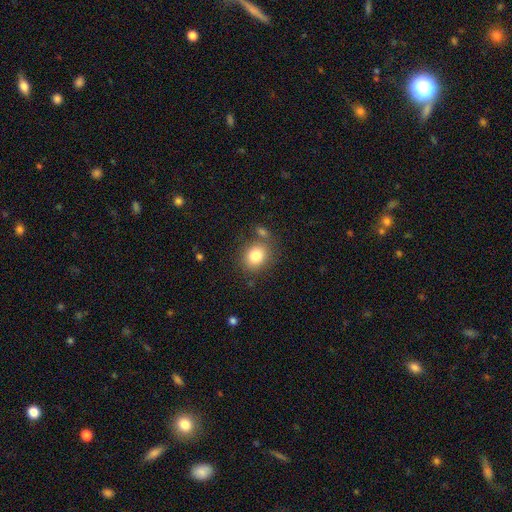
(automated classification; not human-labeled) smooth_or_featured: smooth (p=0.81) [alt: star or artifact p=0.10]
how_rounded: round (p=0.65) [alt: in between p=0.34]
merging: none (p=0.73) [alt: minor disturbance p=0.13]